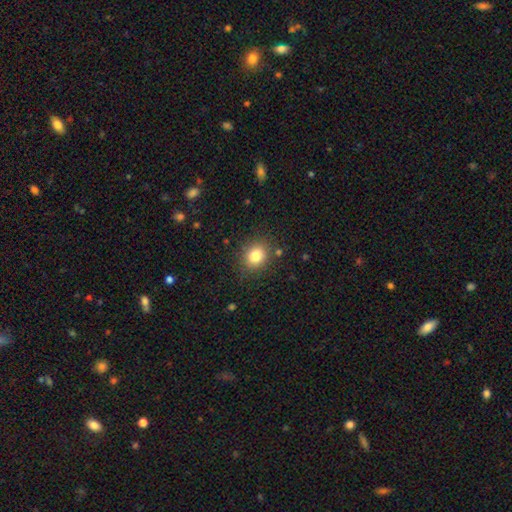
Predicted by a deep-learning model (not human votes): A smooth galaxy with no disk features (82%) that is round (67%).

Vote fractions:
- Smooth or featured? smooth: 82% / star or artifact: 11% / featured or disk: 7%
- How rounded? round: 67% / in between: 32% / cigar-shaped: 1%
- Merging? none: 85% / minor disturbance: 10% / major disturbance: 3% / merger: 2%